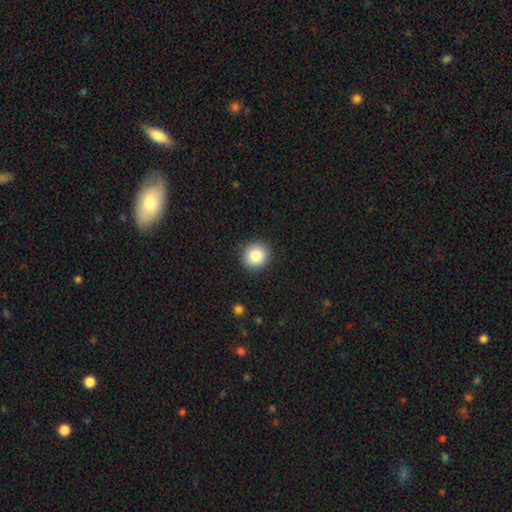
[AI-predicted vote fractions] A smooth galaxy with no disk features (86%) that is round (91%).

Vote fractions:
- Smooth or featured? smooth: 86% / star or artifact: 8% / featured or disk: 5%
- How rounded? round: 91% / in between: 8% / cigar-shaped: 1%
- Merging? none: 91% / minor disturbance: 6% / major disturbance: 2% / merger: 1%